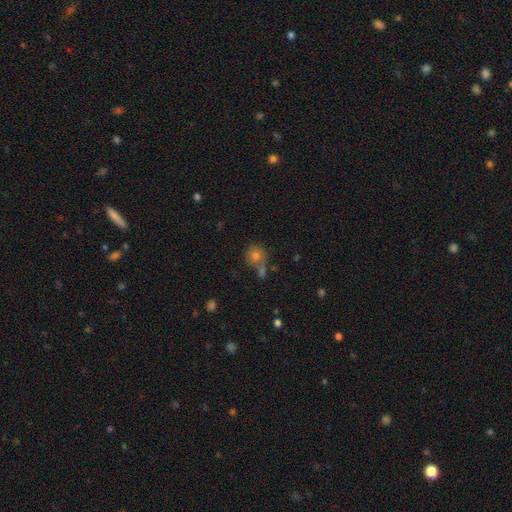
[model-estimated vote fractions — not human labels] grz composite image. It shows a smooth galaxy with no disk features (73%) that is round (88%). Merging: none (63%).